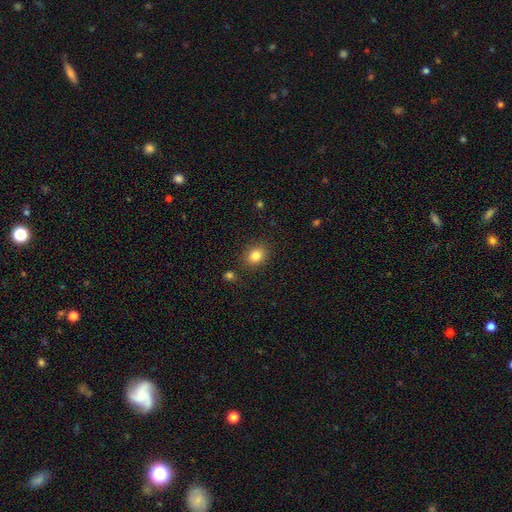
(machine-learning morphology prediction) smooth-or-featured: smooth: 83% | star or artifact: 11% | featured or disk: 6%
  how-rounded: round: 55% | in between: 44% | cigar-shaped: 1%
  merging: none: 85% | minor disturbance: 9% | merger: 3% | major disturbance: 3%